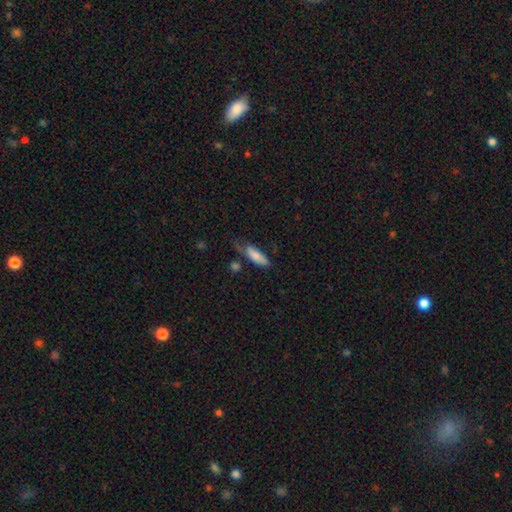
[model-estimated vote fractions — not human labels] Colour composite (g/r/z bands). It shows a smooth galaxy with no disk features (81%) that is in between round and cigar-shaped (52%). Merging: none (48%).